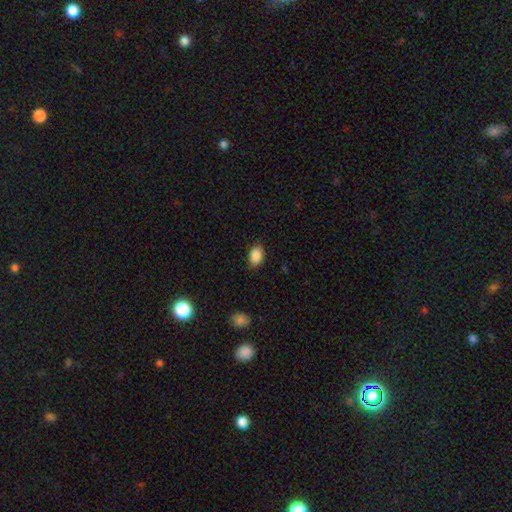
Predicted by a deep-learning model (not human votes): Smooth or featured?
  - smooth: 88% *
  - star or artifact: 8%
  - featured or disk: 5%
How rounded?
  - in between: 81% *
  - round: 18%
  - cigar-shaped: 1%
Merging?
  - none: 82% *
  - minor disturbance: 15%
  - major disturbance: 3%
  - merger: 1%